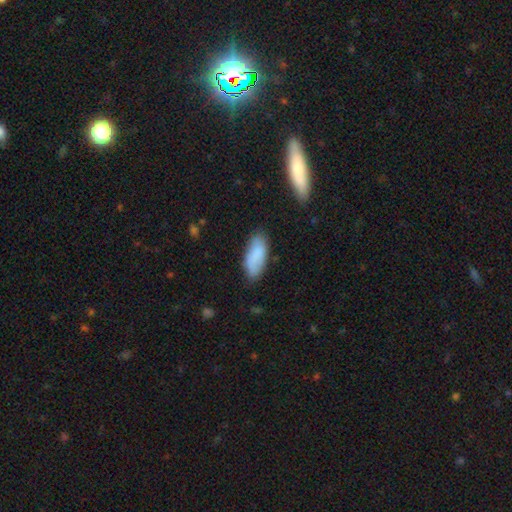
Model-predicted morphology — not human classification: A smooth galaxy with no disk features (83%) that is in between round and cigar-shaped (82%). Merging: none (74%).